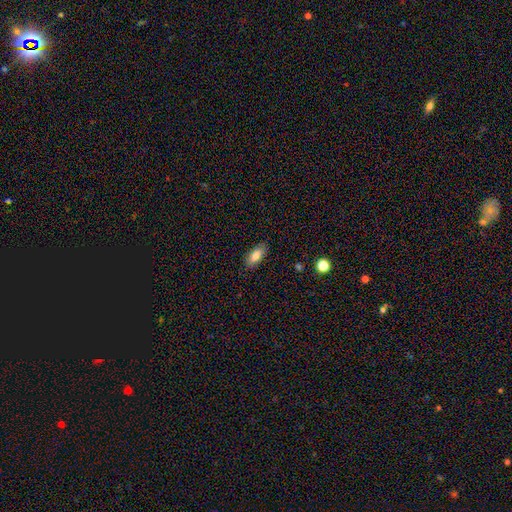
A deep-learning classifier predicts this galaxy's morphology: smooth-or-featured: smooth: 78% | featured or disk: 15% | star or artifact: 7%
  how-rounded: in between: 85% | cigar-shaped: 12% | round: 3%
  merging: none: 87% | minor disturbance: 10% | major disturbance: 2% | merger: 1%